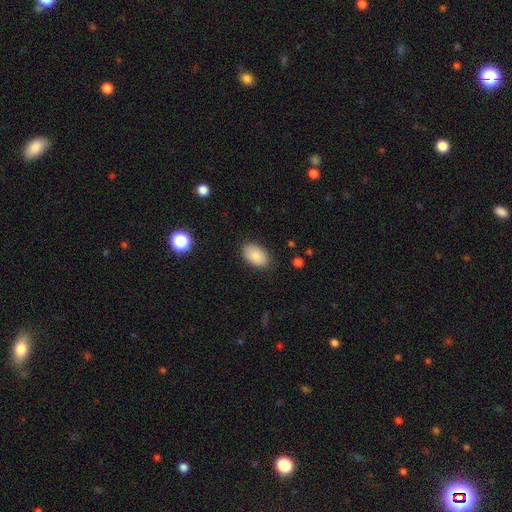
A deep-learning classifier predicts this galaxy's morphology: This appears to be a smooth galaxy with no disk features (86%) that is in between round and cigar-shaped (91%). Merging: none (85%).